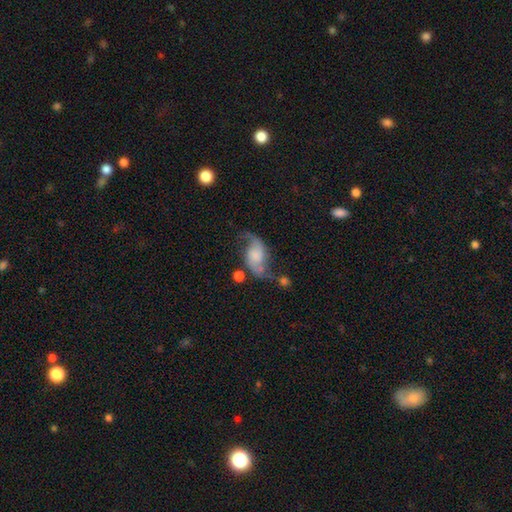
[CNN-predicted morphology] This is likely a featured or disk galaxy (79%). It is clearly not viewed edge-on (97%). Bar: likely no (62%). Spiral arm pattern: clearly yes (95%). Spiral arm count: clearly 2 (92%). Spiral winding: likely loose (77%). Central bulge: marginally none (37%). Merging: possibly none (52%).